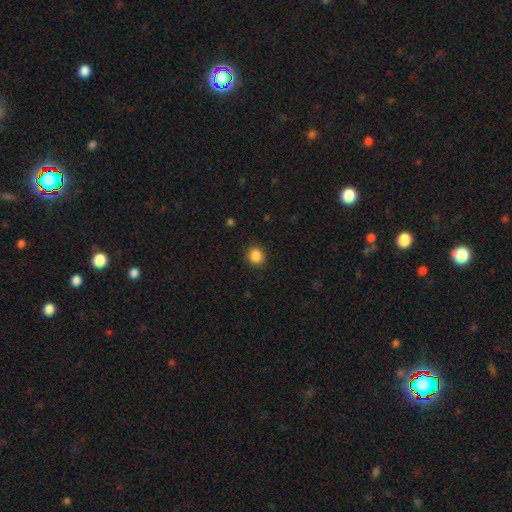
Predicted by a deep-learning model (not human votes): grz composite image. It shows a smooth galaxy with no disk features (87%) that is round (88%). Merging: none (89%).